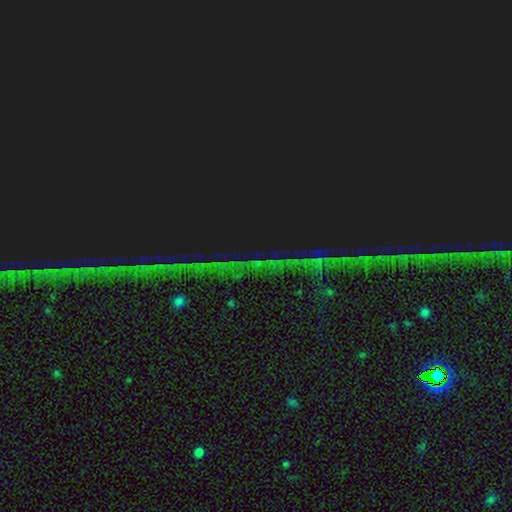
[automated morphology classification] Smooth or featured?
  - star or artifact: 85% *
  - smooth: 8%
  - featured or disk: 7%